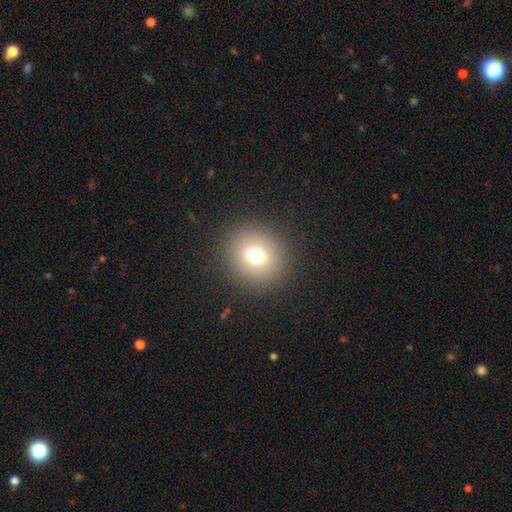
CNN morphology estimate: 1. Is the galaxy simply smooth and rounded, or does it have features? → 72% smooth, 16% star or artifact, 12% featured or disk.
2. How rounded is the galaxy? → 86% round, 13% in between, 1% cigar-shaped.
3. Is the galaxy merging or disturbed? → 89% none, 6% minor disturbance, 4% major disturbance, 1% merger.